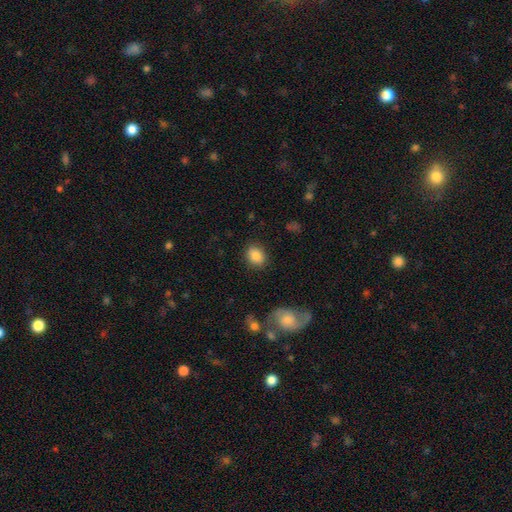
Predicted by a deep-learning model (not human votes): Smooth or featured? smooth (84%)
How rounded? in between (53%)
Merging? none (87%)